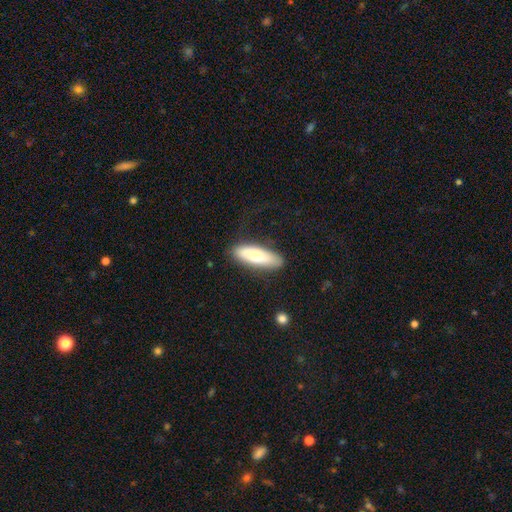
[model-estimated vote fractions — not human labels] Smooth or featured?
  - smooth: 66% *
  - featured or disk: 28%
  - star or artifact: 6%
How rounded?
  - in between: 59% *
  - cigar-shaped: 39%
  - round: 2%
Merging?
  - none: 84% *
  - minor disturbance: 12%
  - major disturbance: 3%
  - merger: 1%